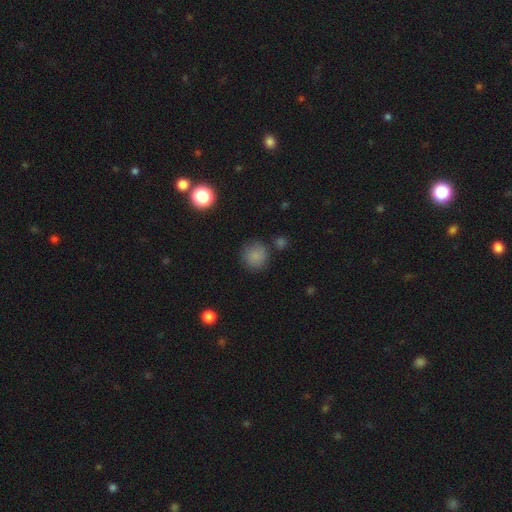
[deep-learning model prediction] Smooth or featured? smooth (83%)
How rounded? round (91%)
Merging? none (76%)